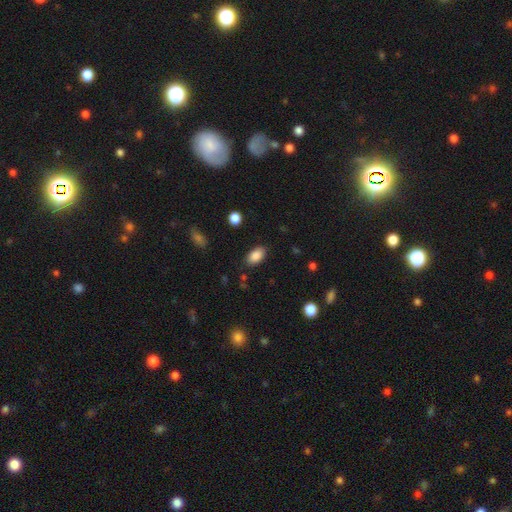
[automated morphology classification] A smooth galaxy with no disk features (87%) that is in between round and cigar-shaped (92%). Merging: none (85%).